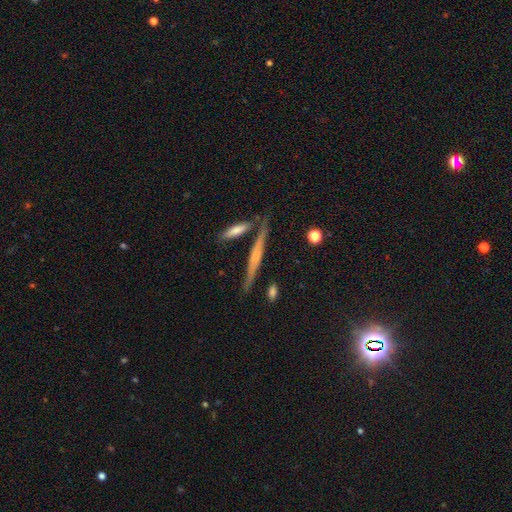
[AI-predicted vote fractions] Q: Smooth or featured?
A: featured or disk (59%); runner-up: smooth (33%)
Q: Edge-on disk?
A: yes (95%); runner-up: no (5%)
Q: Edge-on bulge?
A: none (41%); runner-up: rounded (40%)
Q: Merging?
A: none (80%); runner-up: minor disturbance (10%)